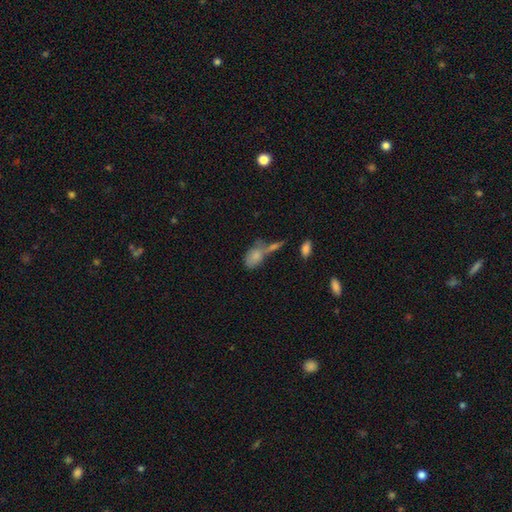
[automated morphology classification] This is likely a smooth galaxy (75%). How rounded: clearly in between (86%). Merging: marginally merger (43%).